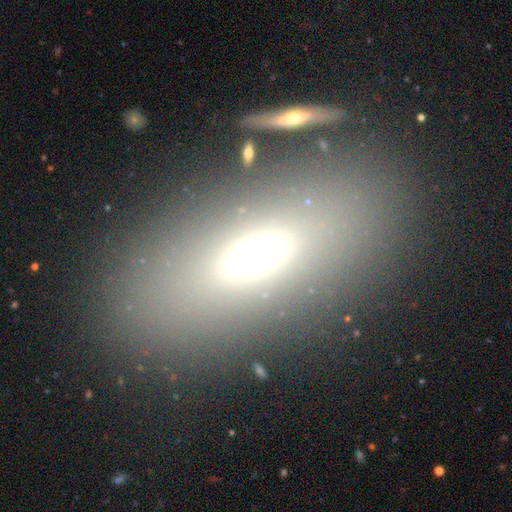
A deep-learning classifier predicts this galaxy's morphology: smooth-or-featured: smooth: 60% | featured or disk: 24% | star or artifact: 16%
  how-rounded: in between: 72% | cigar-shaped: 22% | round: 6%
  merging: none: 79% | minor disturbance: 10% | major disturbance: 6% | merger: 5%